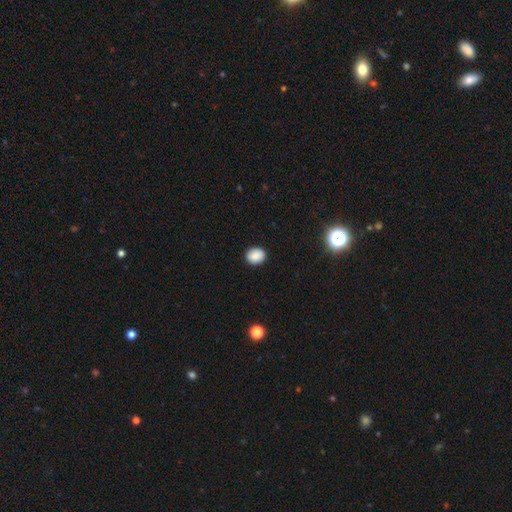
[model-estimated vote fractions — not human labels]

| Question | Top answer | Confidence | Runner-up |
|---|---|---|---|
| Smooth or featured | smooth | 88% | star or artifact (9%) |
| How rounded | round | 59% | in between (40%) |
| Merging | none | 90% | minor disturbance (7%) |